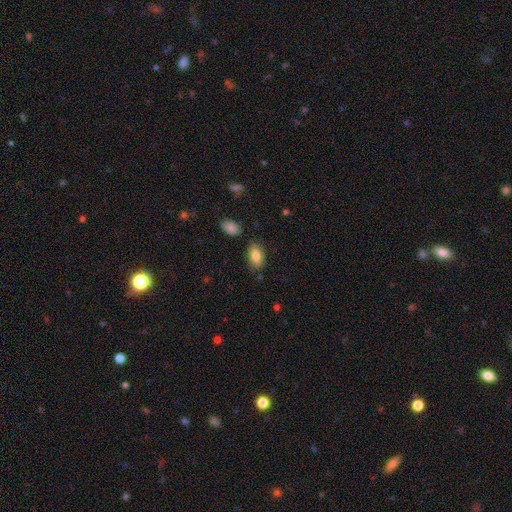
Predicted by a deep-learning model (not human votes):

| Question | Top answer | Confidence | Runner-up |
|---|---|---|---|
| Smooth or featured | smooth | 81% | featured or disk (12%) |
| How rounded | in between | 92% | round (5%) |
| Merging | none | 79% | minor disturbance (15%) |